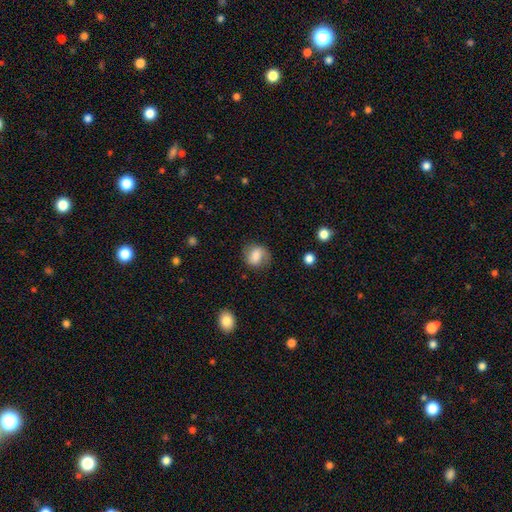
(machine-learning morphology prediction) This is likely a smooth galaxy (69%). How rounded: possibly round (60%). Merging: likely none (65%).